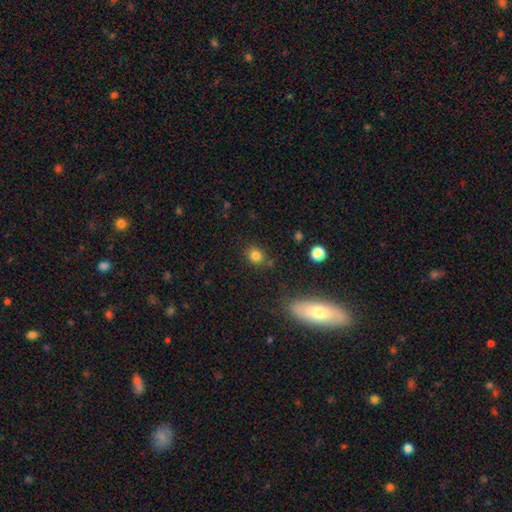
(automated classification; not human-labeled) This appears to be a smooth galaxy with no disk features (81%) that is round (76%). Merging: none (78%).